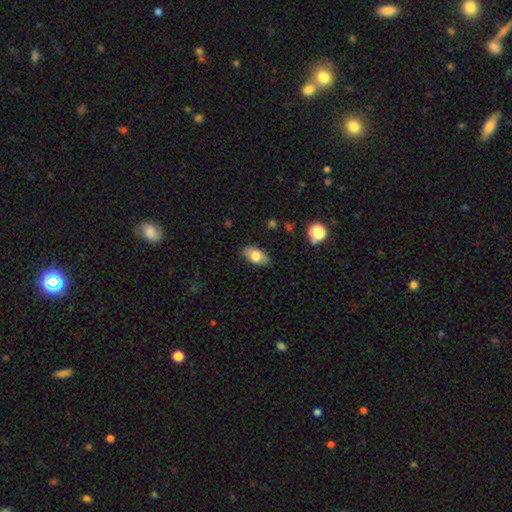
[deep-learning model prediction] A smooth galaxy with no disk features (74%) that is in between round and cigar-shaped (92%). Merging: none (84%).